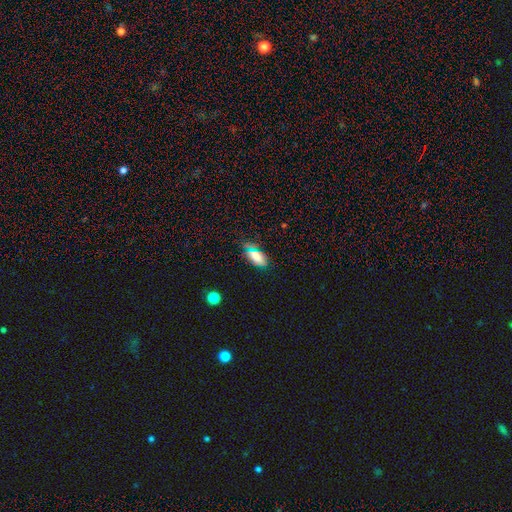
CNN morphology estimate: smooth 75%, star or artifact 16%, featured or disk 9%. Down the decision tree: how rounded — in between (87%); merging — none (75%).